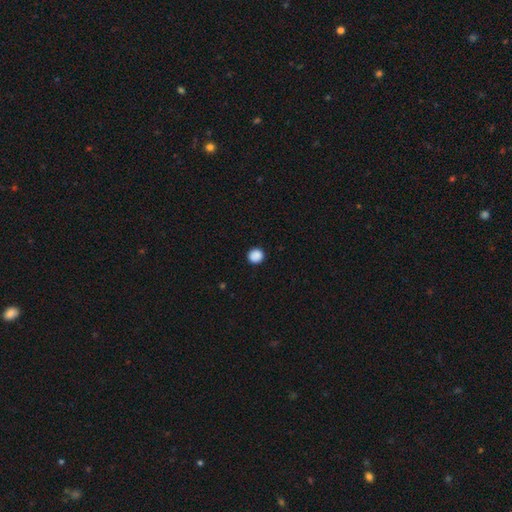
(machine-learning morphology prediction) Smooth or featured? Predicted: smooth (p=0.89). How rounded? Predicted: round (p=0.94). Merging? Predicted: none (p=0.92).